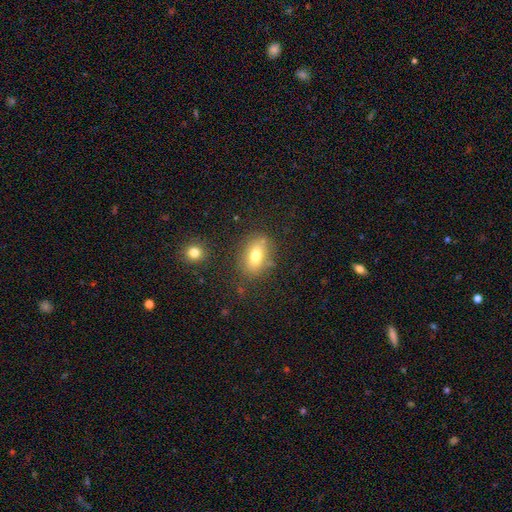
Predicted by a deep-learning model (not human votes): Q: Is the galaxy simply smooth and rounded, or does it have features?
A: smooth — 75%.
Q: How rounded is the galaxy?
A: in between — 78%.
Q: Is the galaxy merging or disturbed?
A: none — 77%.